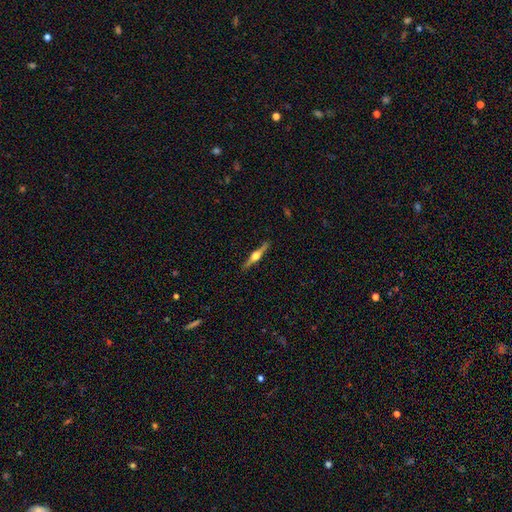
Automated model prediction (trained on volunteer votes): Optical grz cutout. It shows a featured or disk galaxy (77%) viewed edge-on (98%) with a rounded central bulge (95%). Merging: none (89%).